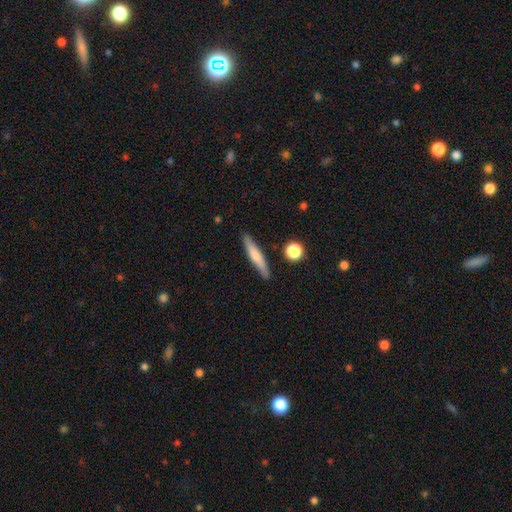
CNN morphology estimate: smooth 63%, featured or disk 30%, star or artifact 7%. Down the decision tree: how rounded — cigar-shaped (91%); merging — none (86%).